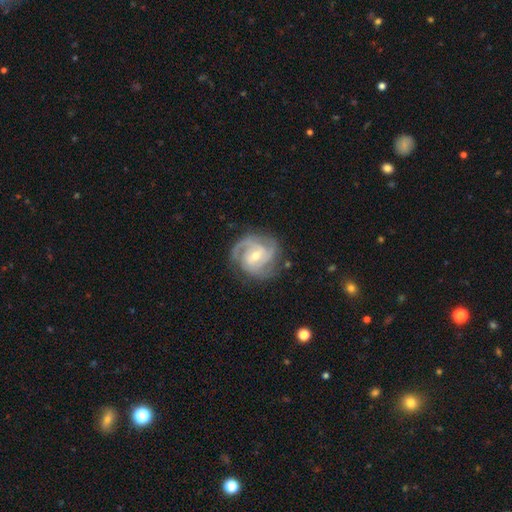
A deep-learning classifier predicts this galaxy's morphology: A featured or disk galaxy (90%) with a weak bar (47%), 3 (50%) tight (57%) spiral arms (98%) and a moderate central bulge (50%).

Vote fractions:
- Smooth or featured? featured or disk: 90% / smooth: 5% / star or artifact: 5%
- Edge-on disk? no: 98% / yes: 2%
- Bar? weak: 47% / no: 37% / strong: 17%
- Spiral arms? yes: 98% / no: 2%
- Spiral winding? tight: 57% / medium: 38% / loose: 6%
- Spiral arm count? 3: 50% / 2: 25% / can't tell: 10% / 4: 7% / 1: 4% / more than 4: 4%
- Bulge size? moderate: 50% / small: 47% / large: 1% / none: 1% / dominant: 1%
- Merging? none: 77% / minor disturbance: 16% / major disturbance: 6% / merger: 1%